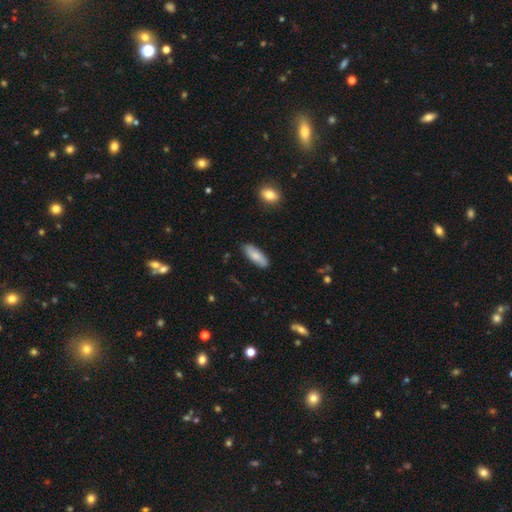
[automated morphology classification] A smooth galaxy with no disk features (77%) that is in between round and cigar-shaped (68%).

Vote fractions:
- Smooth or featured? smooth: 77% / featured or disk: 17% / star or artifact: 6%
- How rounded? in between: 68% / cigar-shaped: 30% / round: 2%
- Merging? none: 85% / minor disturbance: 11% / major disturbance: 2% / merger: 2%